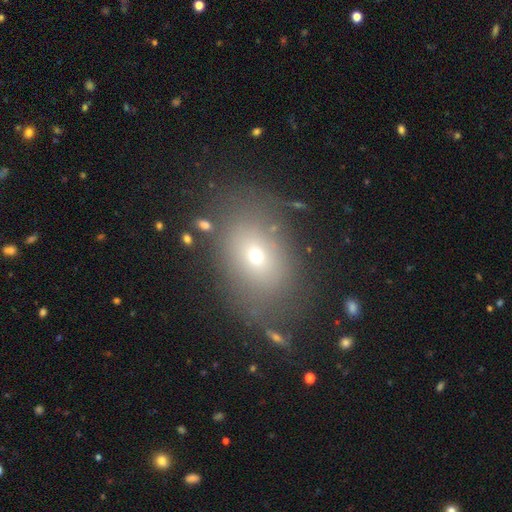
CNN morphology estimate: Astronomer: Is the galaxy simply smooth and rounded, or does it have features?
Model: smooth — 63%.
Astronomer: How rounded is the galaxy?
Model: in between — 68%.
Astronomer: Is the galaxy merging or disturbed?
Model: none — 76%.